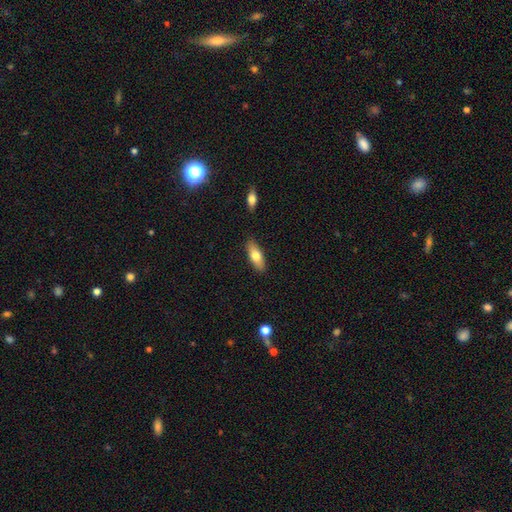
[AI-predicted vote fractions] smooth-or-featured: smooth: 71% | featured or disk: 23% | star or artifact: 6%
  how-rounded: in between: 70% | cigar-shaped: 28% | round: 3%
  merging: none: 87% | minor disturbance: 9% | major disturbance: 2% | merger: 2%